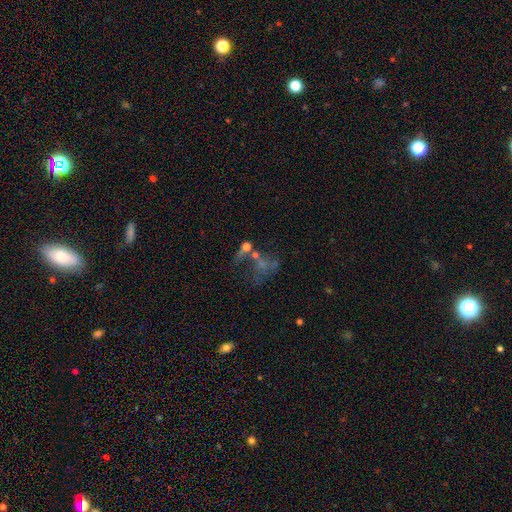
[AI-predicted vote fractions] A featured or disk galaxy (42%).

Vote fractions:
- Smooth or featured? featured or disk: 42% / star or artifact: 33% / smooth: 25%
- Merging? major disturbance: 34% / none: 32% / merger: 21% / minor disturbance: 13%